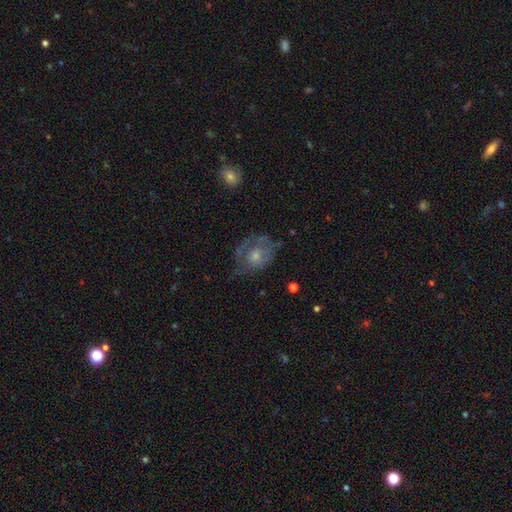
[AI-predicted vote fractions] Smooth or featured? Predicted: featured or disk (p=0.63). Edge-on disk? Predicted: no (p=0.96). Bar? Predicted: no (p=0.82). Spiral arms? Predicted: yes (p=0.63). Bulge size? Predicted: small (p=0.46). Merging? Predicted: none (p=0.57).